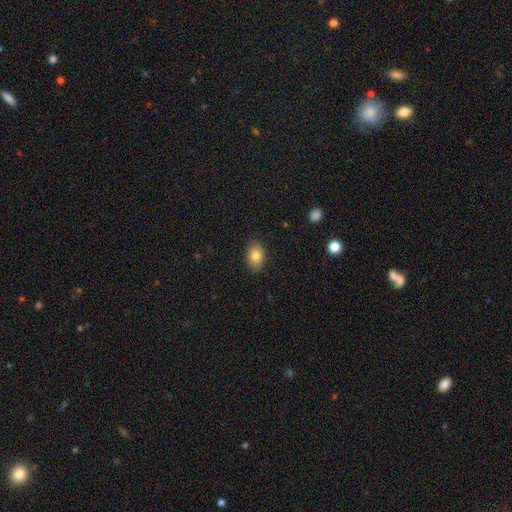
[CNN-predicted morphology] The model was most divided on "how rounded": in between: 79%, round: 19%, cigar-shaped: 1%. More confident: merging — none (87%); smooth or featured — smooth (81%).